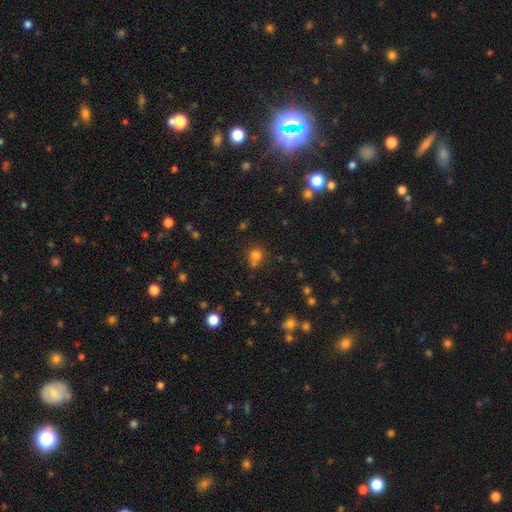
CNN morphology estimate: The model was most divided on "merging": none: 53%, merger: 29%, minor disturbance: 13%, major disturbance: 5%. More confident: how rounded — round (81%); smooth or featured — smooth (74%).